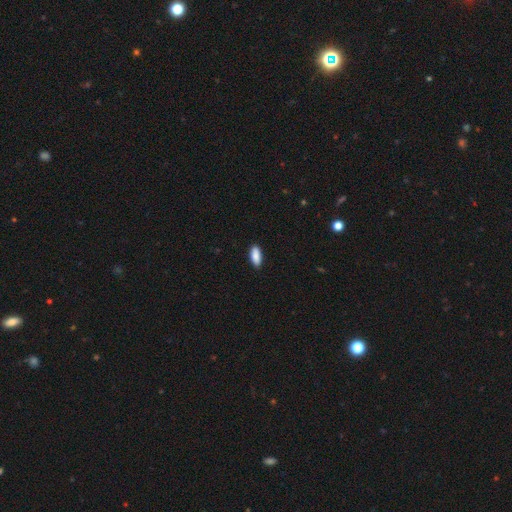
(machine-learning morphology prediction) A smooth galaxy with no disk features (89%) that is in between round and cigar-shaped (81%).

Vote fractions:
- Smooth or featured? smooth: 89% / star or artifact: 6% / featured or disk: 4%
- How rounded? in between: 81% / cigar-shaped: 17% / round: 2%
- Merging? none: 88% / minor disturbance: 10% / major disturbance: 2% / merger: 1%